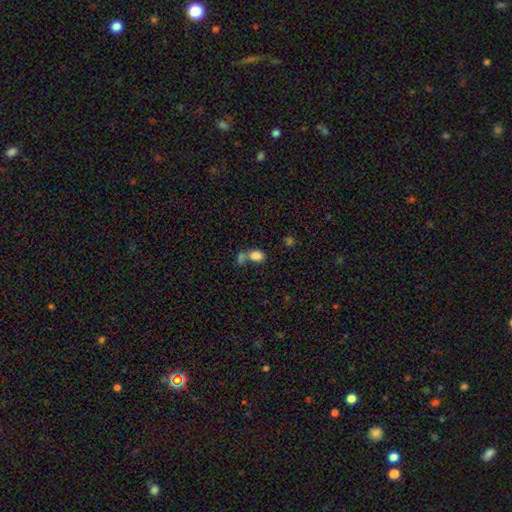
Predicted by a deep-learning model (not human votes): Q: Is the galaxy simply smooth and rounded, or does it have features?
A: smooth — 83%.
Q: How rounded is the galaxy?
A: in between — 79%.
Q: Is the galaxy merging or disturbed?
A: merger — 50%.